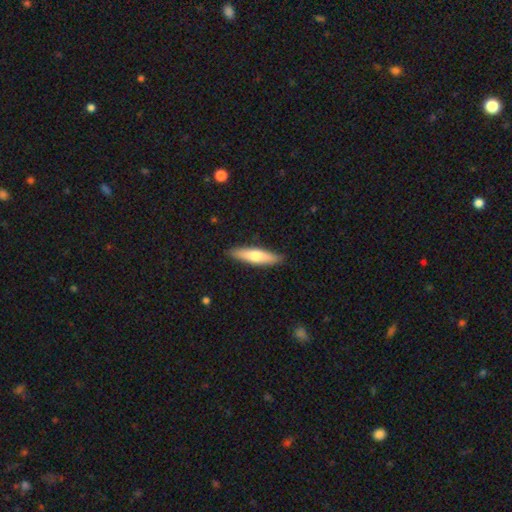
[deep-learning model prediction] Overall: smooth (62%; featured or disk 32%). How rounded: cigar-shaped (78%). Merging: none (89%).